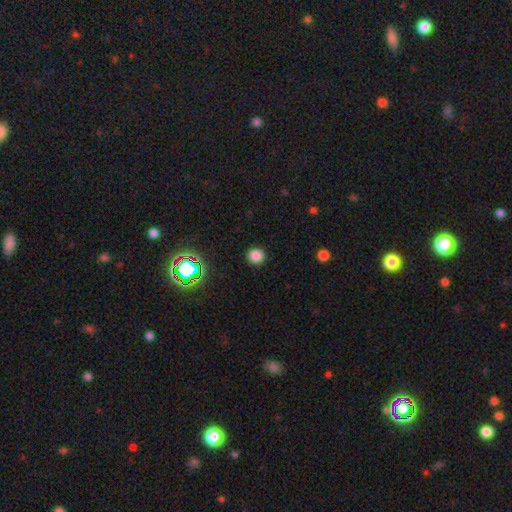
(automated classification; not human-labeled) Overall: smooth (80%). How rounded: round (93%). Merging: none (91%).